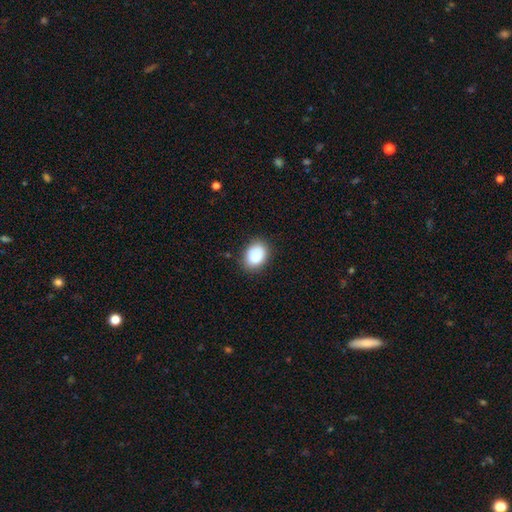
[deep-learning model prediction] This appears to be a smooth galaxy with no disk features (85%) that is in between round and cigar-shaped (68%). Merging: none (78%).